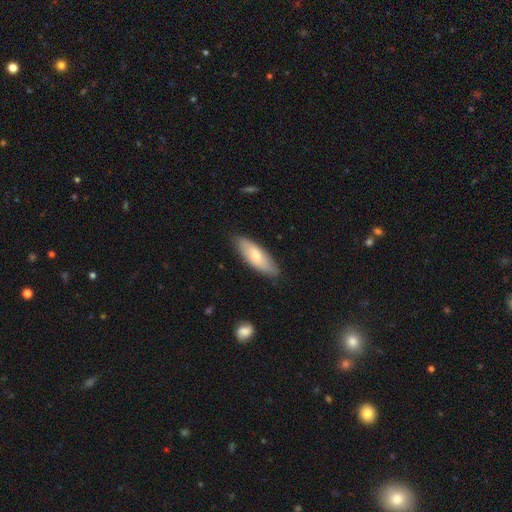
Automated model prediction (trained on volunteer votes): Q: Smooth or featured?
A: smooth (71%); runner-up: featured or disk (24%)
Q: How rounded?
A: in between (63%); runner-up: cigar-shaped (35%)
Q: Merging?
A: none (82%); runner-up: minor disturbance (14%)